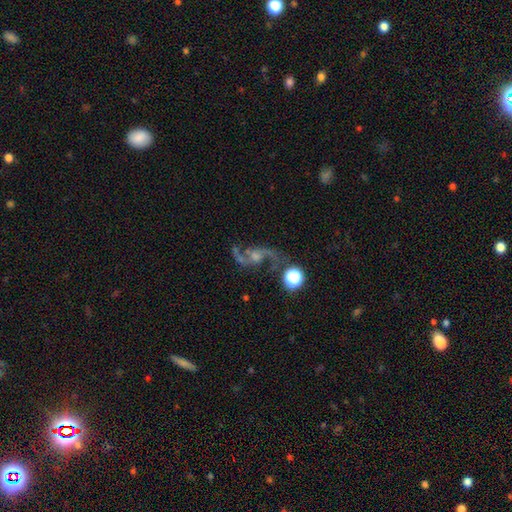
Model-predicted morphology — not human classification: Smooth or featured? Predicted: featured or disk (p=0.76). Edge-on disk? Predicted: no (p=0.95). Bar? Predicted: no (p=0.56). Spiral arms? Predicted: yes (p=0.92). Spiral winding? Predicted: loose (p=0.64). Spiral arm count? Predicted: 2 (p=0.89). Bulge size? Predicted: moderate (p=0.48). Merging? Predicted: none (p=0.63).